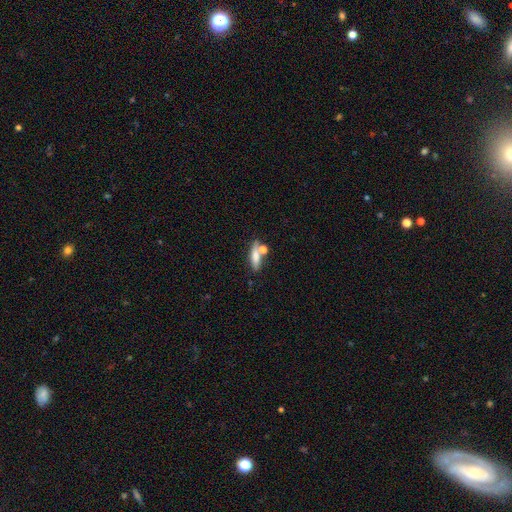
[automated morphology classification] Smooth or featured? smooth (68%)
How rounded? cigar-shaped (53%)
Merging? none (54%)